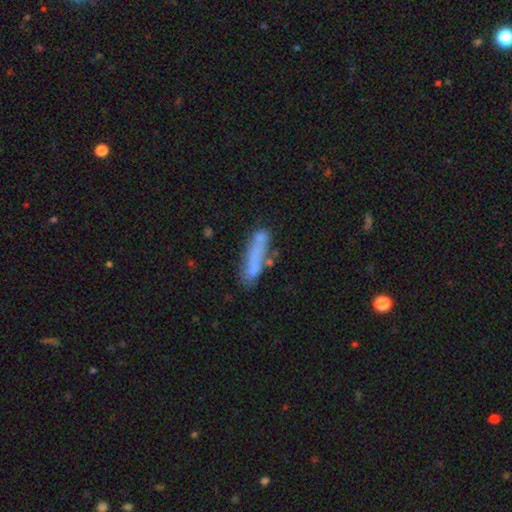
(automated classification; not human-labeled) smooth_or_featured: smooth (p=0.66) [alt: featured or disk p=0.23]
how_rounded: cigar-shaped (p=0.81) [alt: in between p=0.17]
merging: none (p=0.60) [alt: minor disturbance p=0.20]